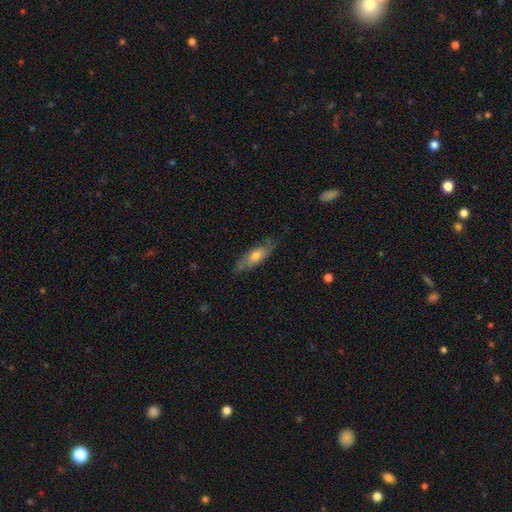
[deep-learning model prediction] smooth 57%, featured or disk 37%, star or artifact 6%. Down the decision tree: how rounded — in between (63%); merging — none (71%).